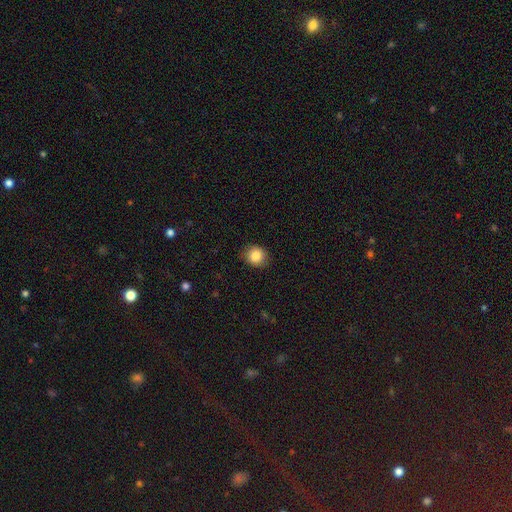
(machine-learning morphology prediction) Smooth or featured?
  - smooth: 85% *
  - star or artifact: 10%
  - featured or disk: 6%
How rounded?
  - round: 82% *
  - in between: 18%
  - cigar-shaped: 1%
Merging?
  - none: 89% *
  - minor disturbance: 8%
  - major disturbance: 2%
  - merger: 1%